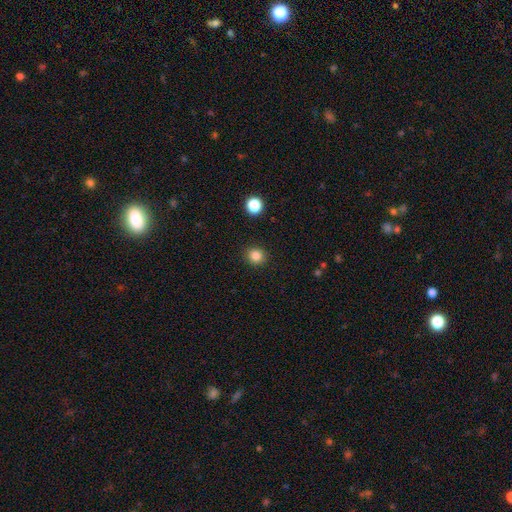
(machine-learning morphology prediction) Smooth or featured? smooth (84%)
How rounded? round (85%)
Merging? none (91%)